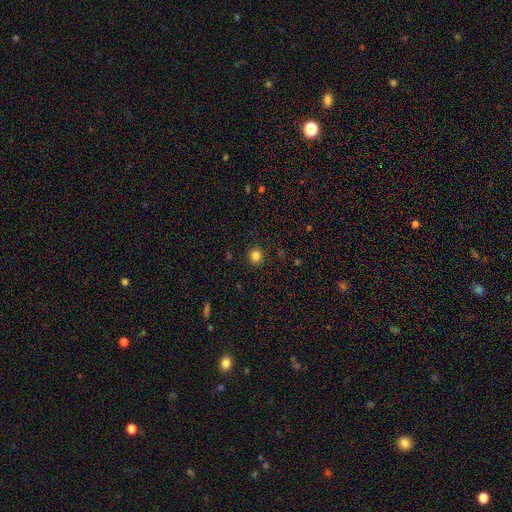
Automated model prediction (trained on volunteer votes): smooth 84%, star or artifact 12%, featured or disk 4%. Down the decision tree: how rounded — round (90%); merging — none (91%).